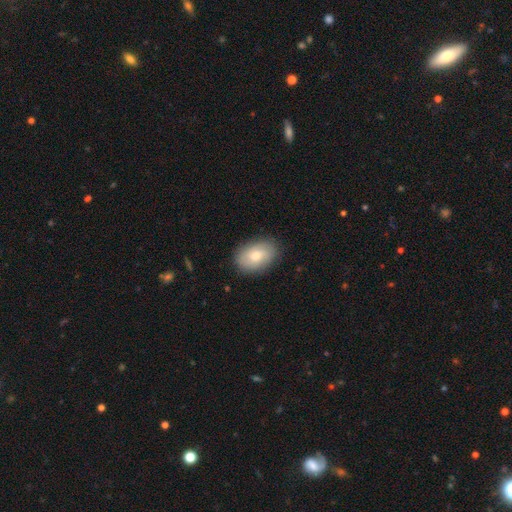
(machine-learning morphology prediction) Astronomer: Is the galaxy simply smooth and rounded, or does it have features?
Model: smooth — 58% (runner-up: featured or disk, 35%).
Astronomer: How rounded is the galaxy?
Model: in between — 84%.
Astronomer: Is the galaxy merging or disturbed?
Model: none — 82%.